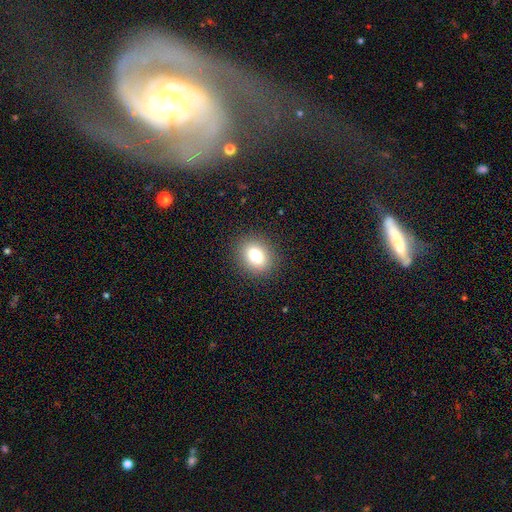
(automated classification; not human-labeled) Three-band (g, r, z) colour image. It shows a smooth galaxy with no disk features (80%) that is round (50%). Merging: none (88%).